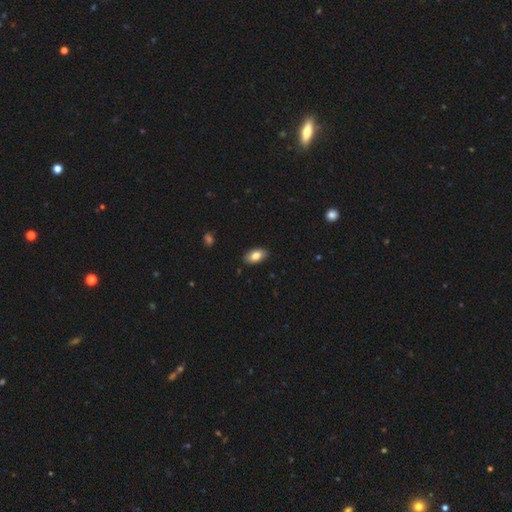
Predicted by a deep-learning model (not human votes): Q: Smooth or featured?
A: smooth (82%); runner-up: featured or disk (12%)
Q: How rounded?
A: in between (93%); runner-up: round (5%)
Q: Merging?
A: none (88%); runner-up: minor disturbance (9%)